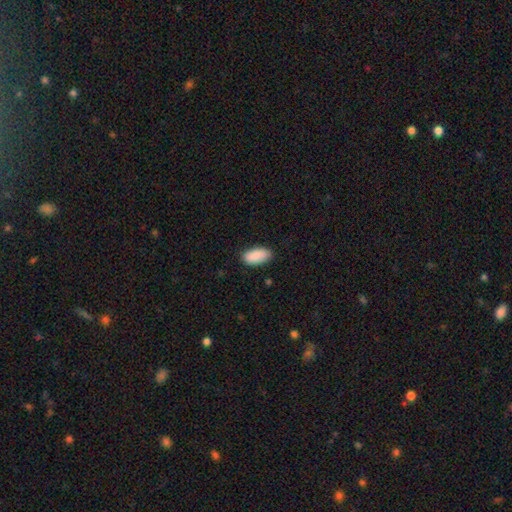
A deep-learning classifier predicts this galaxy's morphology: smooth_or_featured: smooth (p=0.89) [alt: star or artifact p=0.06]
how_rounded: in between (p=0.93) [alt: cigar-shaped p=0.05]
merging: none (p=0.84) [alt: minor disturbance p=0.12]